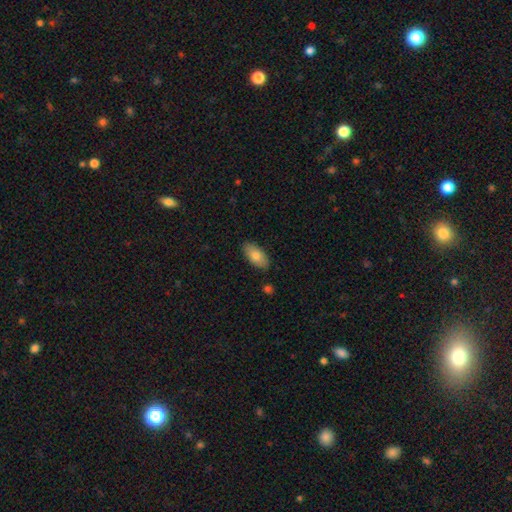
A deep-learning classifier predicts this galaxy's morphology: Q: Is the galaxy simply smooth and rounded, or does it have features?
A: smooth — 79%.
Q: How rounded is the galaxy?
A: in between — 91%.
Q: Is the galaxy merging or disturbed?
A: none — 87%.